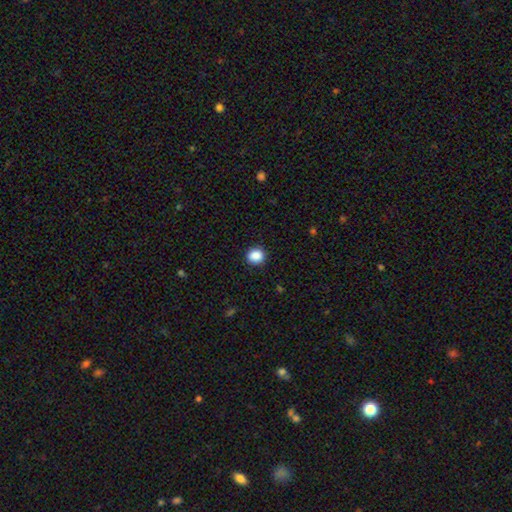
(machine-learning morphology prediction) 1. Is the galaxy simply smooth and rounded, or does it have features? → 88% smooth, 9% star or artifact, 3% featured or disk.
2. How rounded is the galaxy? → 83% round, 16% in between, 1% cigar-shaped.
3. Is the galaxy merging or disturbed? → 90% none, 7% minor disturbance, 2% major disturbance, 1% merger.